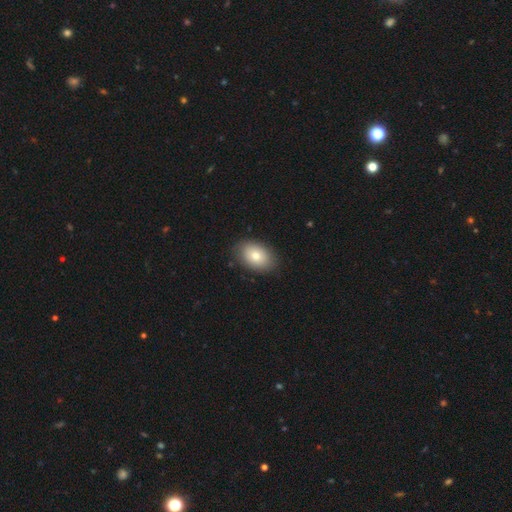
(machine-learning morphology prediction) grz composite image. It shows a smooth galaxy with no disk features (79%) that is in between round and cigar-shaped (84%). Merging: none (85%).